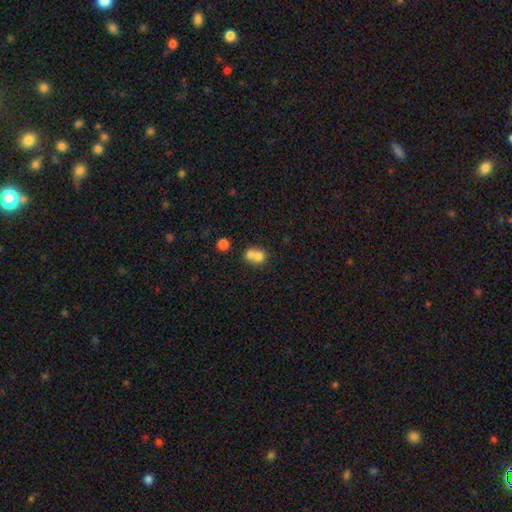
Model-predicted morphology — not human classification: Q: Smooth or featured?
A: smooth (73%); runner-up: featured or disk (17%)
Q: How rounded?
A: round (70%); runner-up: in between (29%)
Q: Merging?
A: merger (64%); runner-up: none (27%)